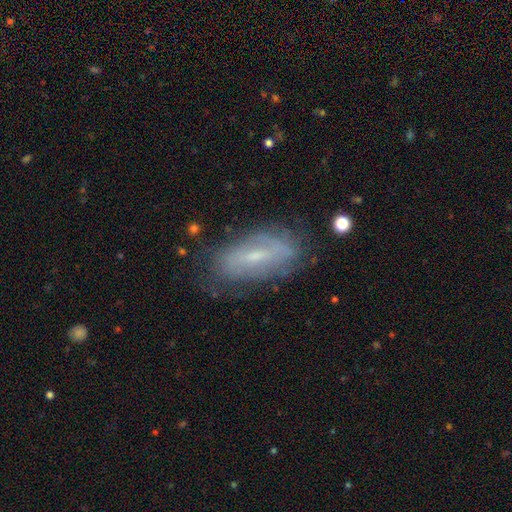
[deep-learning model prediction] smooth-or-featured: featured or disk: 63% | smooth: 28% | star or artifact: 8%
  disk-edge-on: no: 83% | yes: 17%
    bar: weak: 46% | strong: 29% | no: 25%
    has-spiral-arms: yes: 66% | no: 34%
    bulge-size: small: 63% | moderate: 28% | none: 6% | large: 2% | dominant: 1%
  merging: none: 71% | minor disturbance: 20% | major disturbance: 7% | merger: 2%